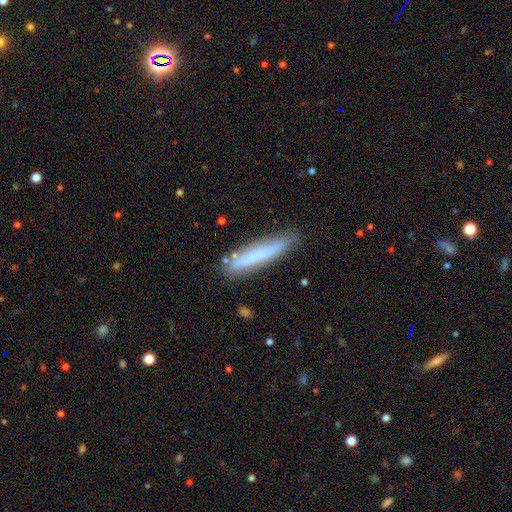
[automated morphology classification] smooth 67%, featured or disk 26%, star or artifact 7%. Down the decision tree: how rounded — cigar-shaped (91%); merging — none (79%).